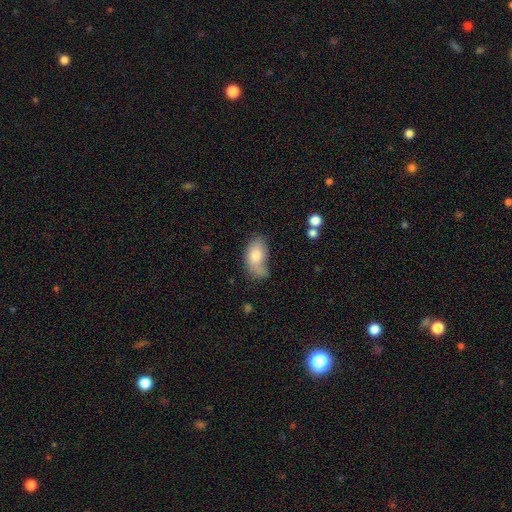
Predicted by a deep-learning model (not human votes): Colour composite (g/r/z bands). It shows a smooth galaxy with no disk features (75%) that is in between round and cigar-shaped (91%). Merging: none (40%).